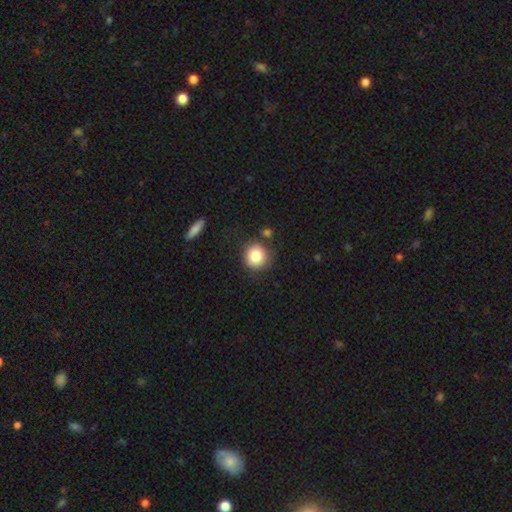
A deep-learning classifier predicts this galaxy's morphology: smooth 83%, star or artifact 9%, featured or disk 7%. Down the decision tree: how rounded — round (90%); merging — none (81%).